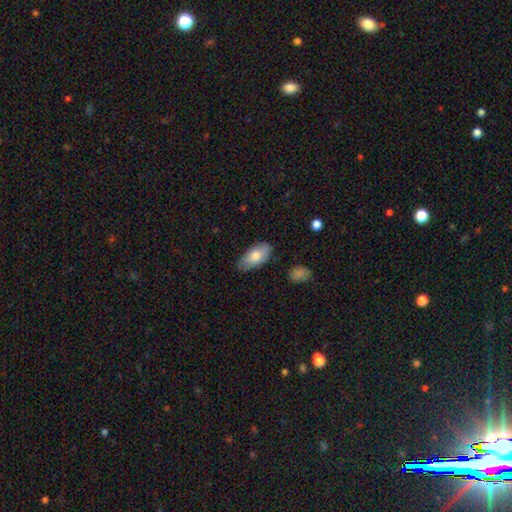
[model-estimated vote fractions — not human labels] A smooth galaxy with no disk features (77%) that is in between round and cigar-shaped (93%).

Vote fractions:
- Smooth or featured? smooth: 77% / featured or disk: 18% / star or artifact: 6%
- How rounded? in between: 93% / cigar-shaped: 4% / round: 3%
- Merging? none: 79% / minor disturbance: 17% / major disturbance: 3% / merger: 2%